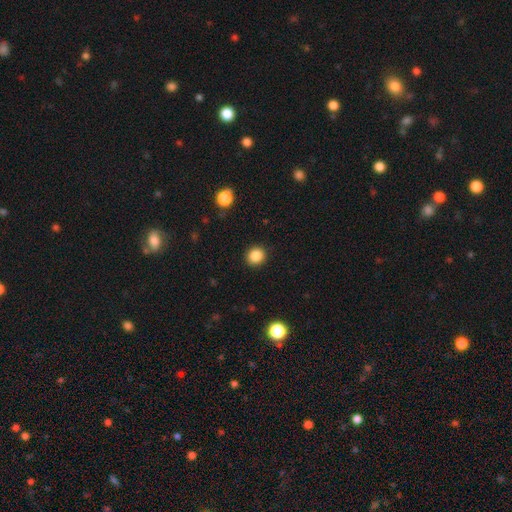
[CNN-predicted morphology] This is clearly a smooth galaxy (86%). How rounded: clearly round (86%). Merging: clearly none (91%).